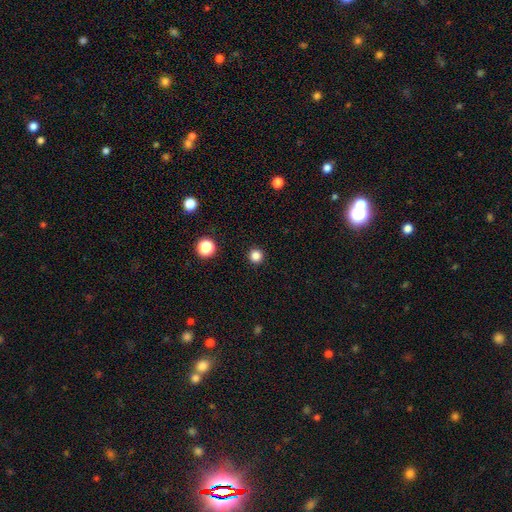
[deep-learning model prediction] Smooth or featured?
  - smooth: 84% *
  - star or artifact: 13%
  - featured or disk: 3%
How rounded?
  - round: 96% *
  - in between: 3%
  - cigar-shaped: 1%
Merging?
  - none: 93% *
  - minor disturbance: 4%
  - major disturbance: 2%
  - merger: 1%